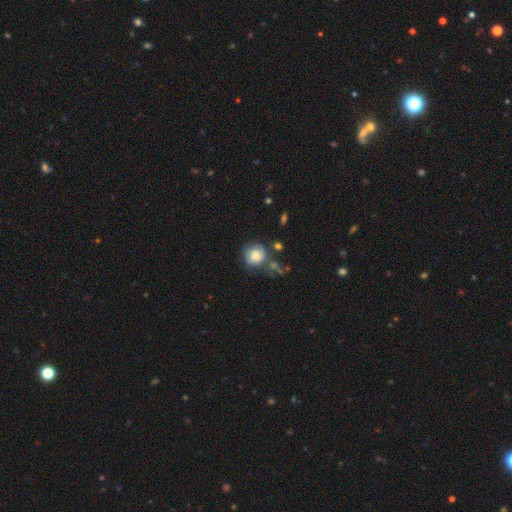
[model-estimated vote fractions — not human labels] A smooth galaxy with no disk features (74%) that is round (80%). Merging: none (50%).